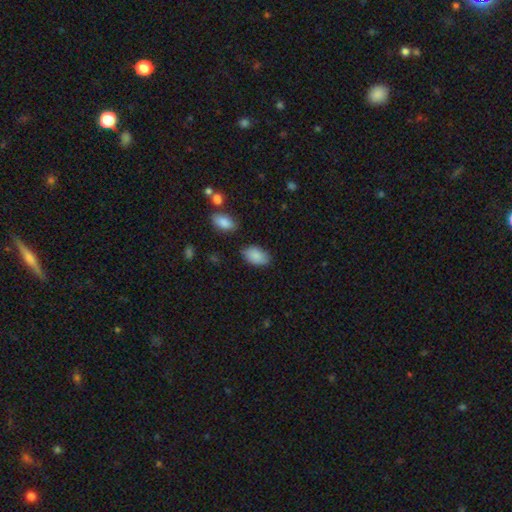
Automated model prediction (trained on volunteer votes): Smooth or featured? Predicted: smooth (p=0.86). How rounded? Predicted: in between (p=0.92). Merging? Predicted: none (p=0.77).